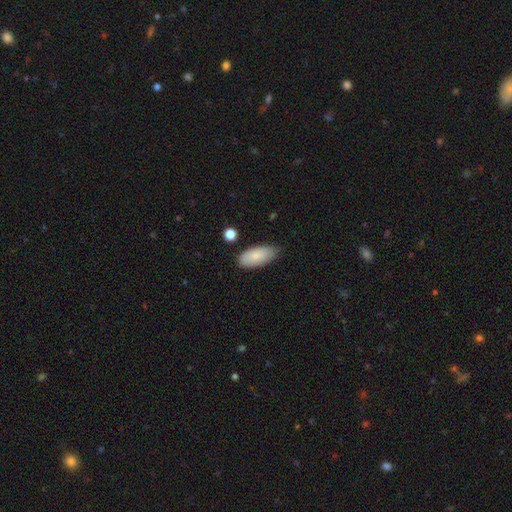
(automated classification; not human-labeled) smooth-or-featured: smooth: 84% | featured or disk: 10% | star or artifact: 6%
  how-rounded: in between: 89% | cigar-shaped: 9% | round: 2%
  merging: none: 76% | minor disturbance: 19% | major disturbance: 3% | merger: 2%